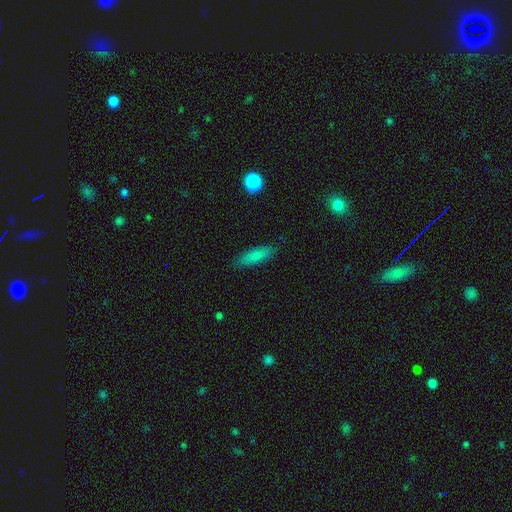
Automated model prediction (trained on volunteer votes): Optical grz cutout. It shows a smooth galaxy with no disk features (80%) that is cigar-shaped (63%). Merging: none (87%).